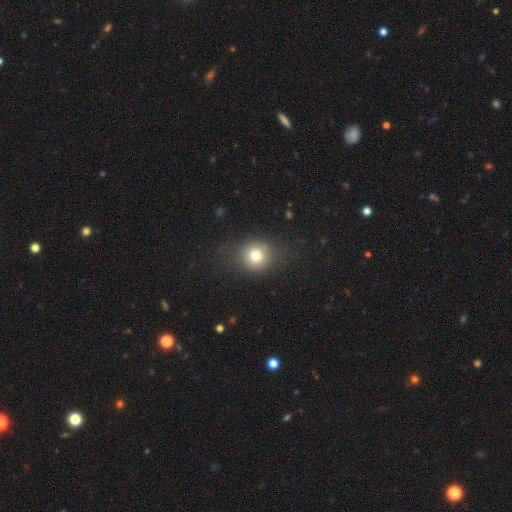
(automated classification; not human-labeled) smooth_or_featured: smooth (p=0.75) [alt: star or artifact p=0.14]
how_rounded: round (p=0.82) [alt: in between p=0.17]
merging: none (p=0.77) [alt: minor disturbance p=0.14]